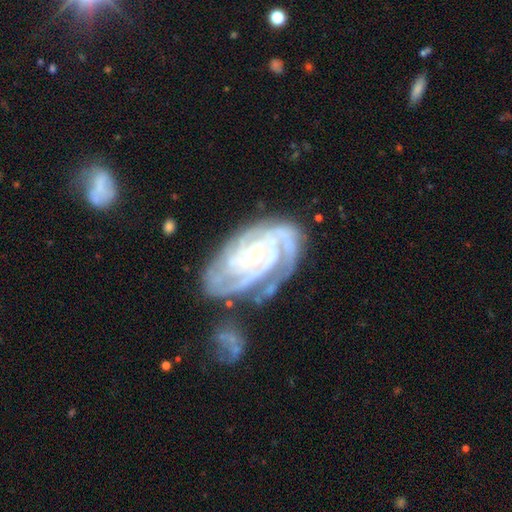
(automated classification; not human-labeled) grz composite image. It shows a featured or disk galaxy (90%) with no bar (60%), 3 (34%) tight (75%) spiral arms (98%) and a small central bulge (69%). Merging: none (57%).